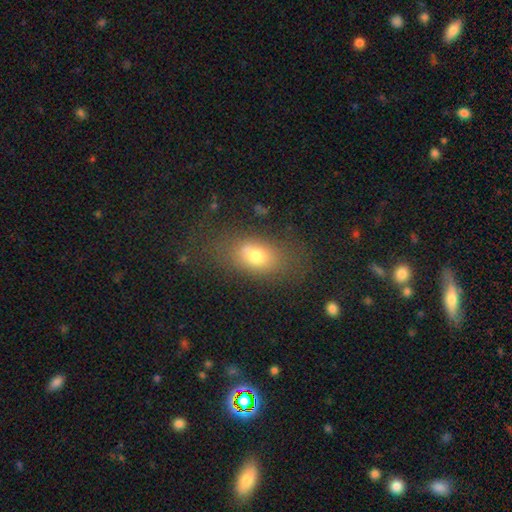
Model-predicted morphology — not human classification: type=smooth (70%); roundness=in between (78%); merging=none (60%).